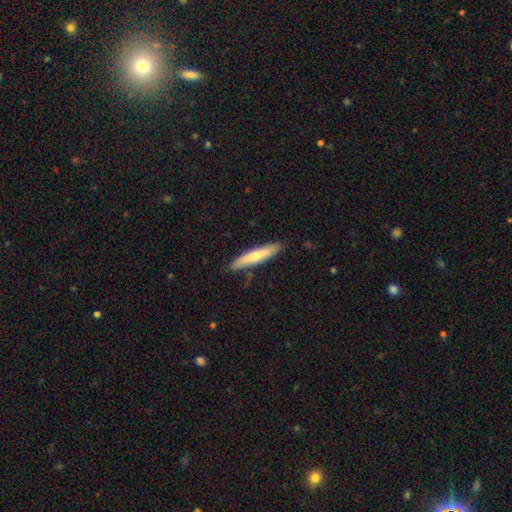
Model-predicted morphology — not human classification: Smooth or featured? smooth (58%)
How rounded? cigar-shaped (88%)
Merging? none (81%)